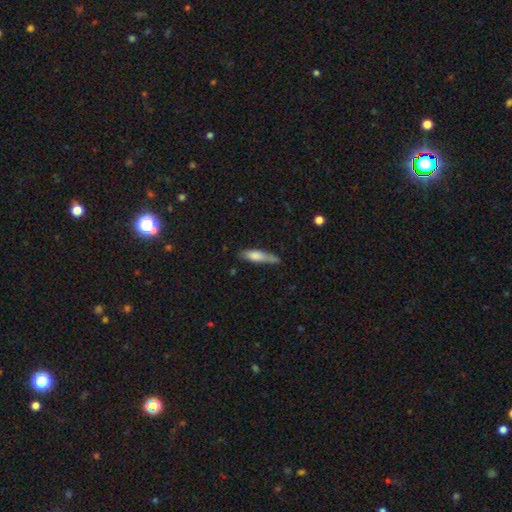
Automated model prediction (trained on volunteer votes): smooth-or-featured: smooth: 70% | featured or disk: 23% | star or artifact: 7%
  how-rounded: cigar-shaped: 74% | in between: 24% | round: 2%
  merging: none: 59% | minor disturbance: 29% | major disturbance: 8% | merger: 4%